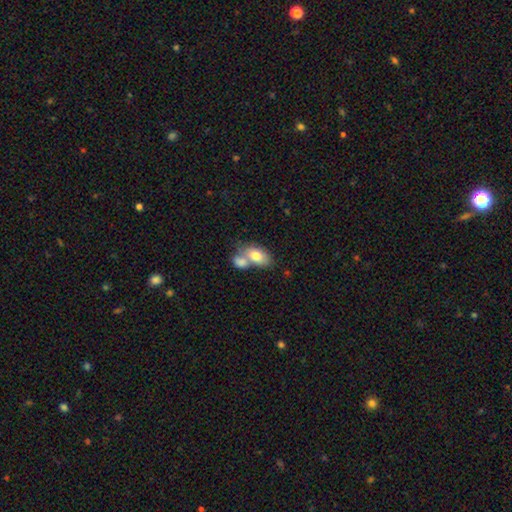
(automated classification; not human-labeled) Overall: smooth (76%). How rounded: in between (89%). Merging: merger (57%; none 29%).